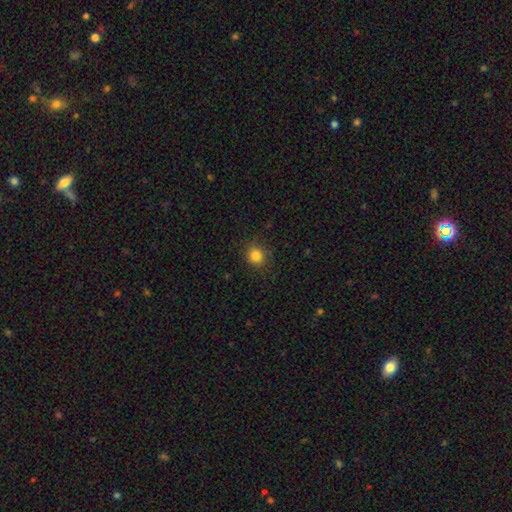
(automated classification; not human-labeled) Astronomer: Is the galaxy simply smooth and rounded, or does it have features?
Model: smooth — 83%.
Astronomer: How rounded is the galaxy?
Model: round — 86%.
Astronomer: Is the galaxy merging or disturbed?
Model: none — 88%.